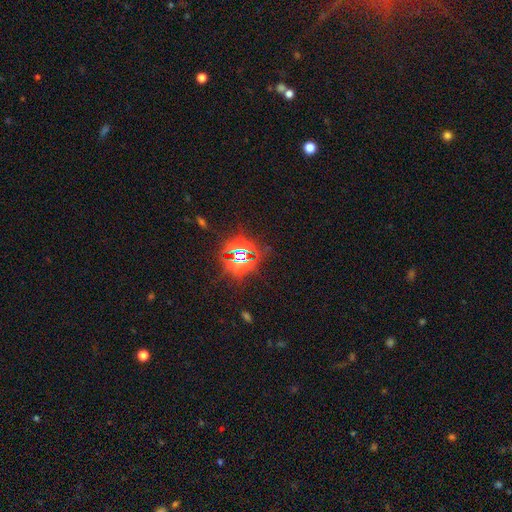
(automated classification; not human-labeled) smooth-or-featured: star or artifact: 83% | smooth: 11% | featured or disk: 6%